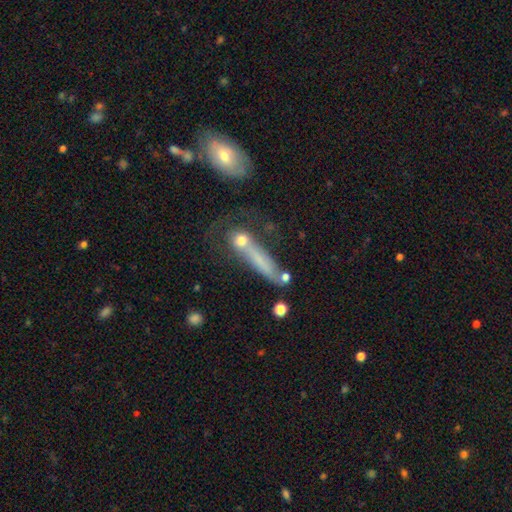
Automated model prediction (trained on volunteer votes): The model was most divided on "smooth or featured": smooth: 47%, featured or disk: 35%, star or artifact: 18%. Remaining: merging — none (41%).